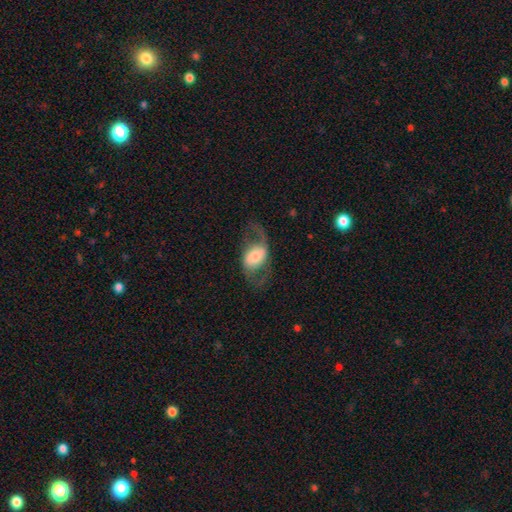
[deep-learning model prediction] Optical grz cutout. It shows a featured or disk galaxy (64%) with no bar (43%), spiral arms (79%) and a moderate central bulge (35%). Merging: none (62%).